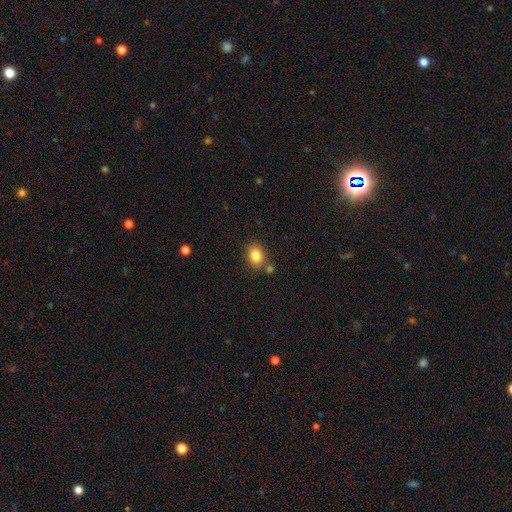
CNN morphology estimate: Smooth or featured?
  - smooth: 84% *
  - star or artifact: 10%
  - featured or disk: 7%
How rounded?
  - in between: 56% *
  - round: 43%
  - cigar-shaped: 1%
Merging?
  - none: 74% *
  - minor disturbance: 12%
  - merger: 11%
  - major disturbance: 3%